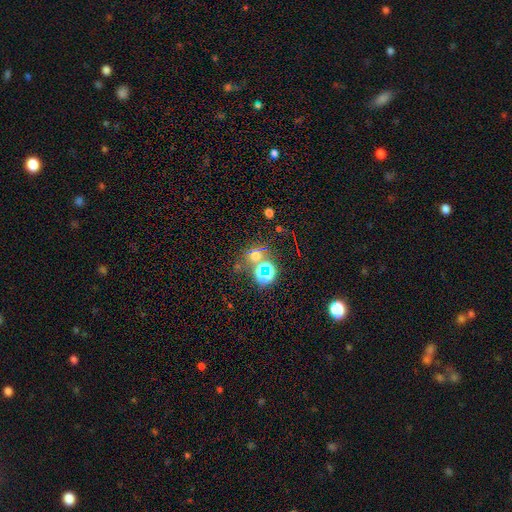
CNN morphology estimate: Smooth or featured?
  - smooth: 45% *
  - star or artifact: 44%
  - featured or disk: 10%
Merging?
  - none: 64% *
  - merger: 21%
  - minor disturbance: 9%
  - major disturbance: 6%